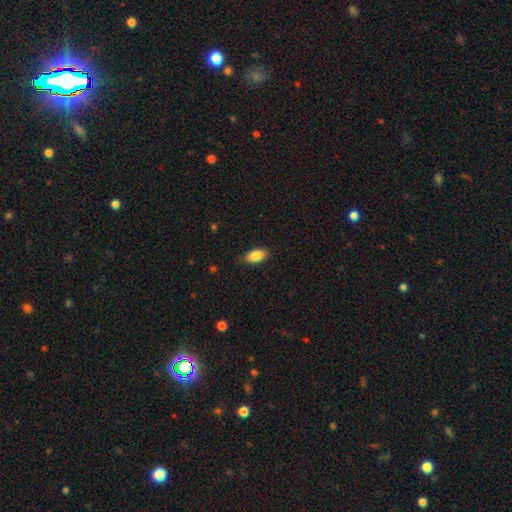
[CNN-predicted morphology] Overall: smooth (87%). How rounded: in between (92%). Merging: none (82%).